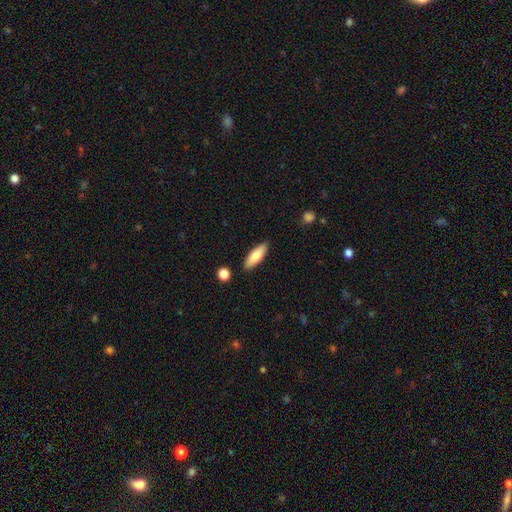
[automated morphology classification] The model was most divided on "how rounded": in between: 60%, cigar-shaped: 38%, round: 2%. More confident: merging — none (87%); smooth or featured — smooth (76%).